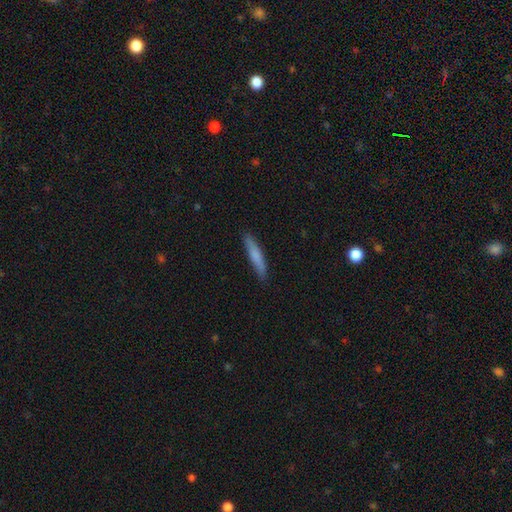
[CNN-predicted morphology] smooth_or_featured: smooth (p=0.75) [alt: featured or disk p=0.19]
how_rounded: cigar-shaped (p=0.91) [alt: in between p=0.07]
merging: none (p=0.87) [alt: minor disturbance p=0.10]